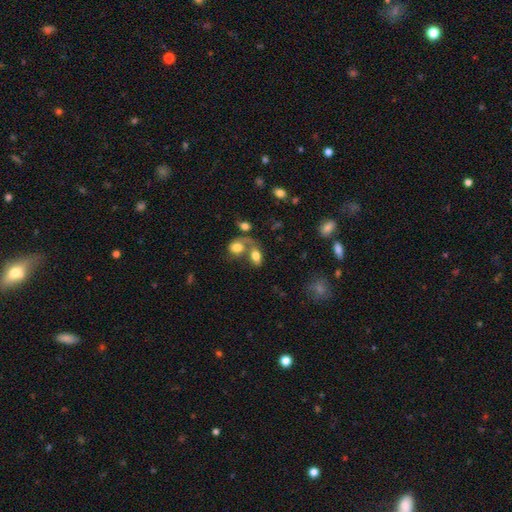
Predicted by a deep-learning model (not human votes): Overall: smooth (73%). How rounded: in between (84%). Merging: merger (56%; none 28%).